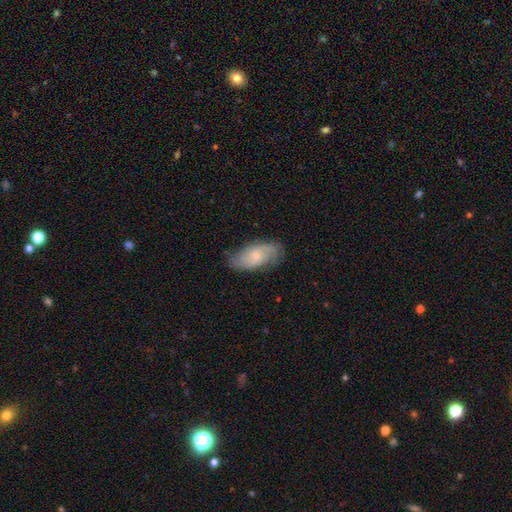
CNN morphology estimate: This is possibly a featured or disk galaxy (56%). It is clearly not viewed edge-on (93%). Bar: likely no (71%). Spiral arm pattern: clearly yes (86%). Central bulge: likely small (68%). Merging: likely none (71%).